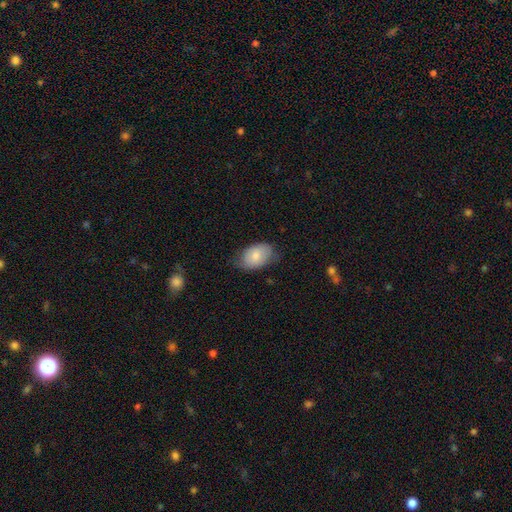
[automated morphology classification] Smooth or featured?
  - smooth: 77% *
  - featured or disk: 16%
  - star or artifact: 6%
How rounded?
  - in between: 89% *
  - round: 10%
  - cigar-shaped: 1%
Merging?
  - none: 68% *
  - minor disturbance: 26%
  - major disturbance: 5%
  - merger: 1%